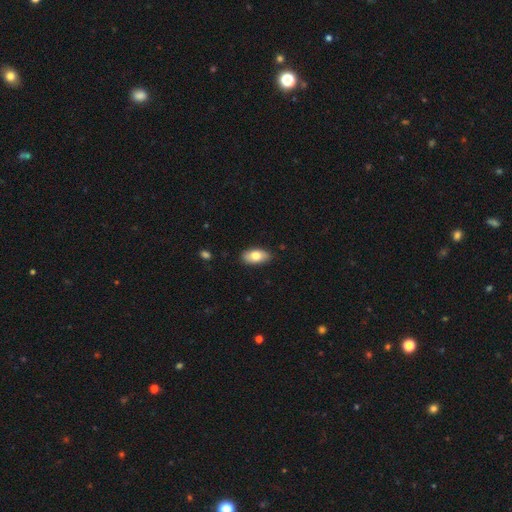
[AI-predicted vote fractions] Smooth or featured? Predicted: smooth (p=0.80). How rounded? Predicted: in between (p=0.92). Merging? Predicted: none (p=0.87).